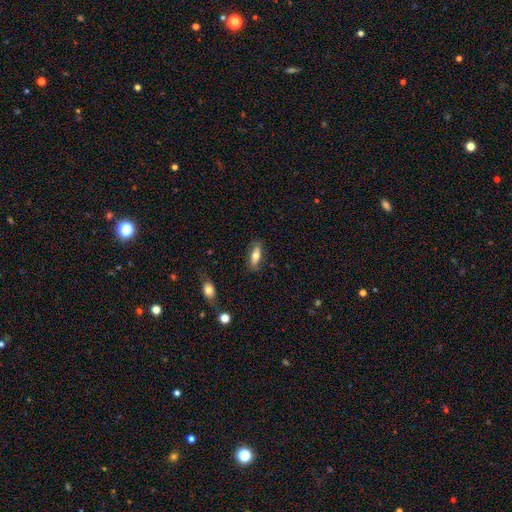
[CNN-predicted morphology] smooth_or_featured: smooth (p=0.63) [alt: featured or disk p=0.30]
how_rounded: in between (p=0.66) [alt: cigar-shaped p=0.31]
merging: none (p=0.79) [alt: minor disturbance p=0.16]